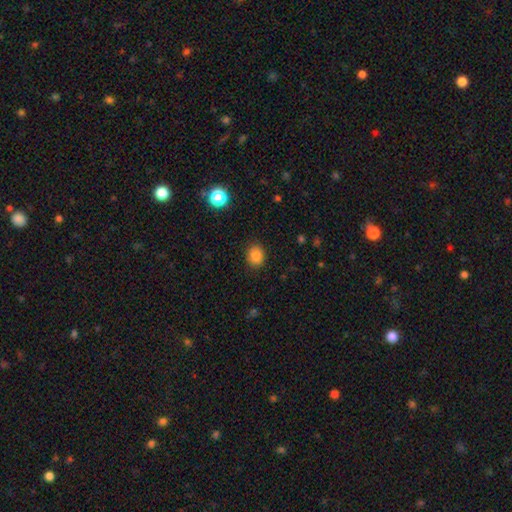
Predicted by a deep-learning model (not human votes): This is clearly a smooth galaxy (84%). How rounded: likely round (60%). Merging: clearly none (89%).